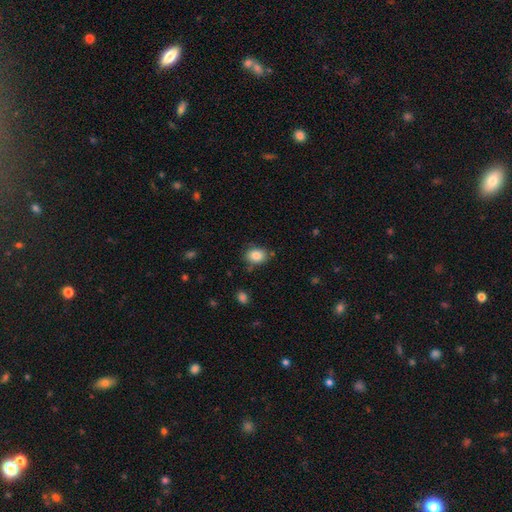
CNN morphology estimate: Overall: smooth (85%). How rounded: in between (63%; round 36%). Merging: none (79%).